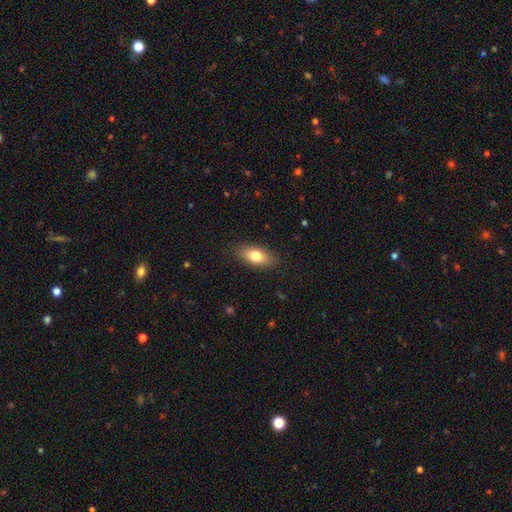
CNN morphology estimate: Smooth or featured? Predicted: smooth (p=0.78). How rounded? Predicted: in between (p=0.85). Merging? Predicted: none (p=0.87).